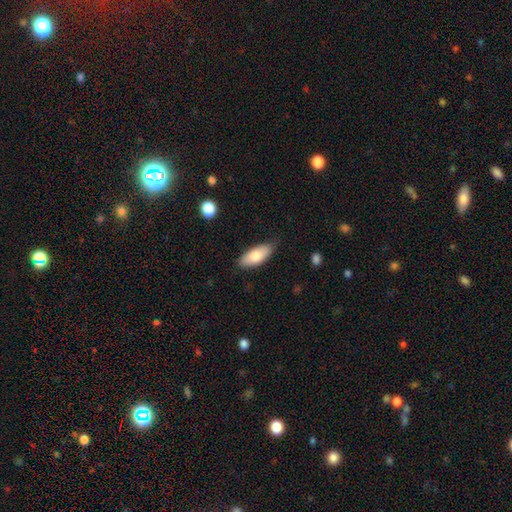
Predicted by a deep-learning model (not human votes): Morphology: type=smooth (78%); roundness=in between (86%); merging=none (79%).